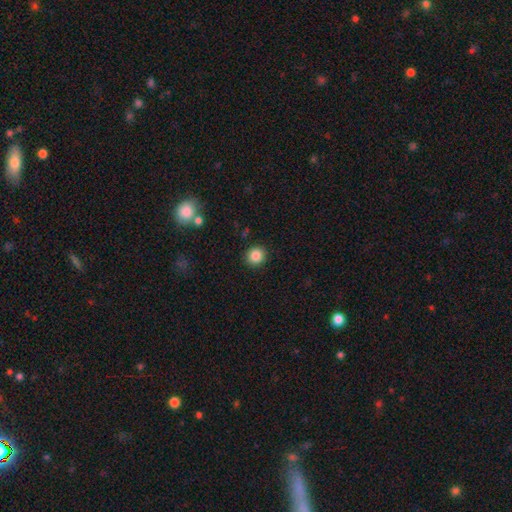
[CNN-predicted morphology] Smooth or featured?
  - smooth: 85% *
  - star or artifact: 10%
  - featured or disk: 5%
How rounded?
  - round: 88% *
  - in between: 11%
  - cigar-shaped: 1%
Merging?
  - none: 91% *
  - minor disturbance: 6%
  - major disturbance: 2%
  - merger: 1%